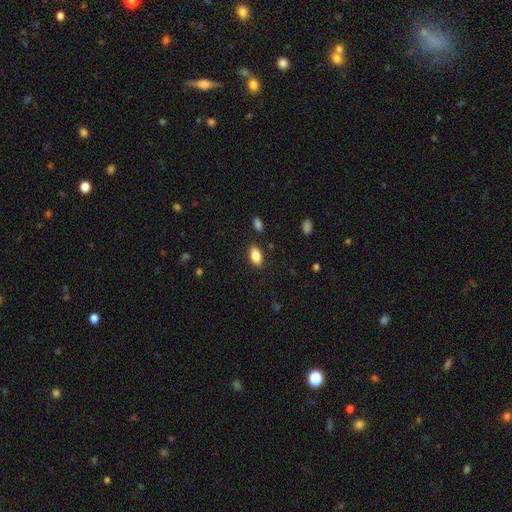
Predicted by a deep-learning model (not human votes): The model was most divided on "smooth or featured": smooth: 83%, featured or disk: 9%, star or artifact: 8%. More confident: how rounded — in between (90%); merging — none (86%).